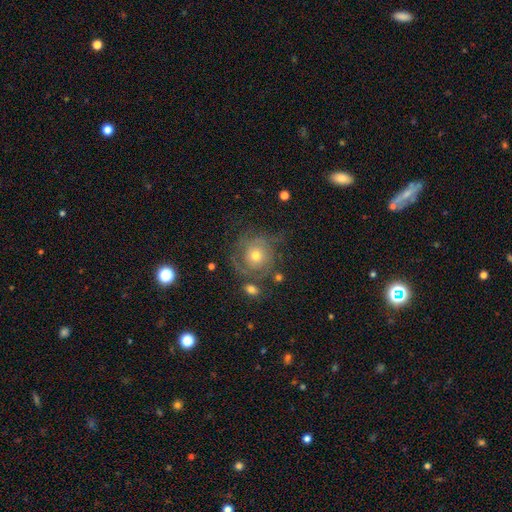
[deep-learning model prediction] This is possibly a featured or disk galaxy (59%). It is clearly not viewed edge-on (96%). Bar: clearly no (85%). Spiral arm pattern: likely yes (73%). Central bulge: possibly moderate (59%). Merging: likely none (62%).